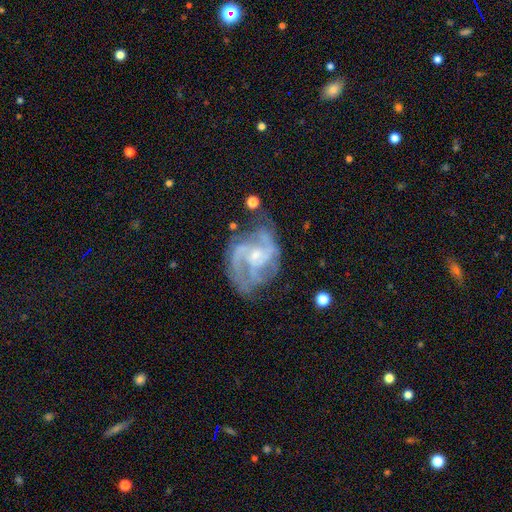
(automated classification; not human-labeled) smooth-or-featured: featured or disk: 86% | smooth: 7% | star or artifact: 6%
  disk-edge-on: no: 98% | yes: 2%
    bar: no: 47% | weak: 43% | strong: 10%
    has-spiral-arms: yes: 93% | no: 7%
      spiral-winding: medium: 52% | tight: 28% | loose: 20%
      spiral-arm-count: 2: 48% | 3: 21% | can't tell: 17% | 4: 5% | 1: 5% | more than 4: 4%
    bulge-size: small: 60% | moderate: 29% | none: 8% | large: 2% | dominant: 1%
  merging: none: 53% | minor disturbance: 22% | major disturbance: 21% | merger: 4%